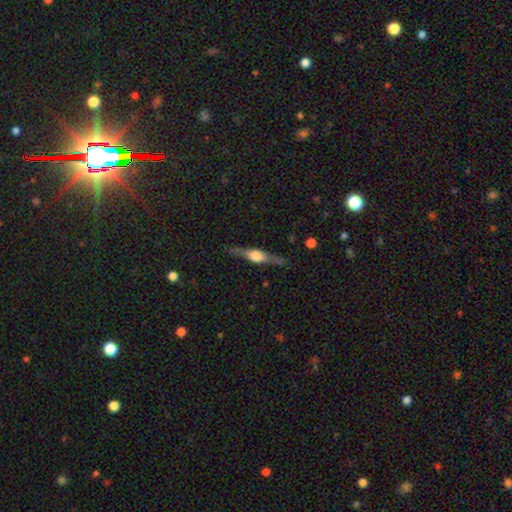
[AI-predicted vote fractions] This is likely a featured or disk galaxy (75%). It is clearly viewed edge-on (97%). Edge-on bulge: clearly rounded (85%). Merging: clearly none (85%).